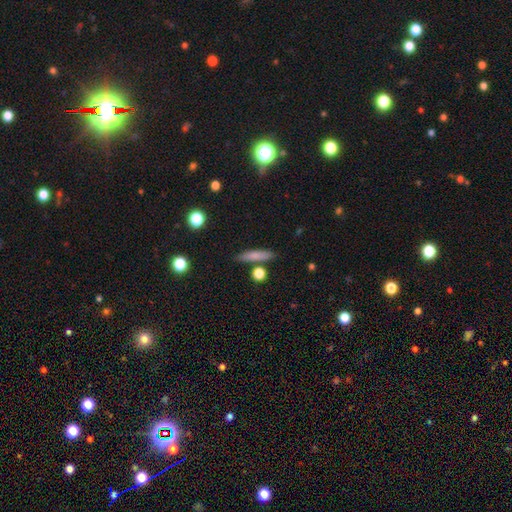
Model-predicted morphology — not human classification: This is likely a smooth galaxy (75%). How rounded: clearly cigar-shaped (83%). Merging: clearly none (80%).